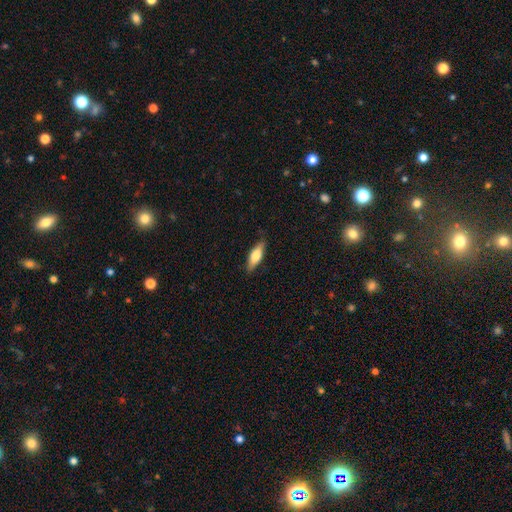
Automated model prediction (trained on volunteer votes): A smooth galaxy with no disk features (67%) that is in between round and cigar-shaped (61%). Merging: none (83%).